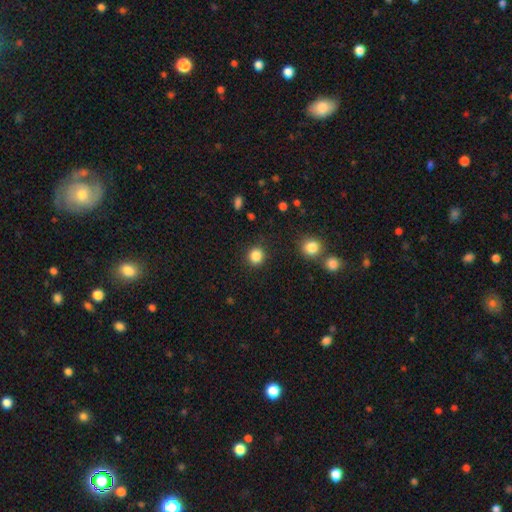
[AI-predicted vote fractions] This is clearly a smooth galaxy (86%). How rounded: clearly round (86%). Merging: clearly none (89%).